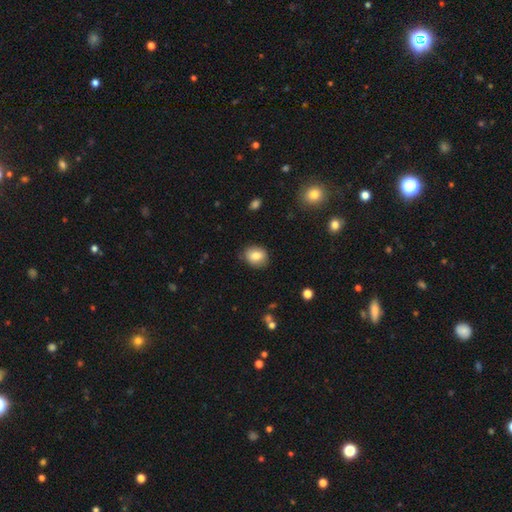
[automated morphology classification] Q: Smooth or featured?
A: smooth (82%); runner-up: featured or disk (9%)
Q: How rounded?
A: round (55%); runner-up: in between (44%)
Q: Merging?
A: none (84%); runner-up: minor disturbance (12%)